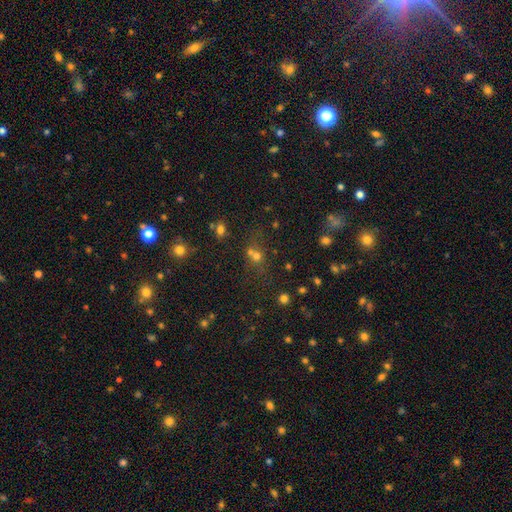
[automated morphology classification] This appears to be a smooth galaxy with no disk features (57%) that is round (77%). Merging: none (47%).